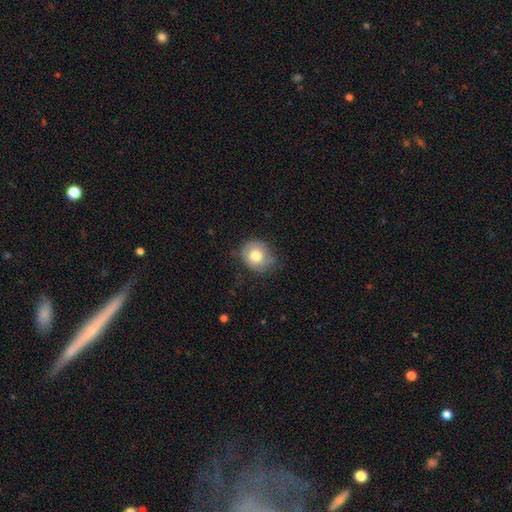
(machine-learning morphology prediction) The model was most divided on "merging": none: 66%, minor disturbance: 26%, major disturbance: 6%, merger: 1%. More confident: smooth or featured — smooth (76%); how rounded — round (73%).